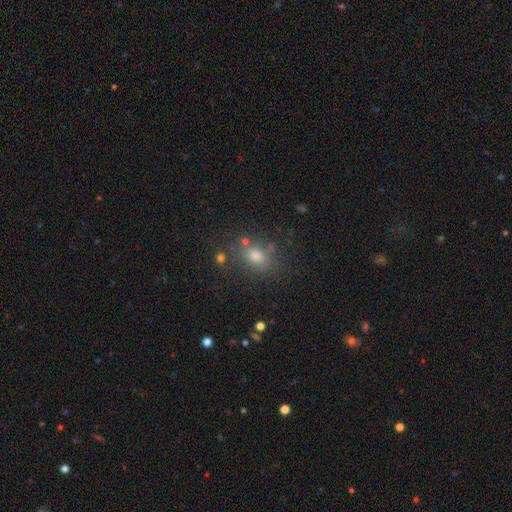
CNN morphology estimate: Q: Smooth or featured?
A: smooth (68%); runner-up: star or artifact (21%)
Q: How rounded?
A: in between (51%); runner-up: round (47%)
Q: Merging?
A: none (71%); runner-up: minor disturbance (14%)